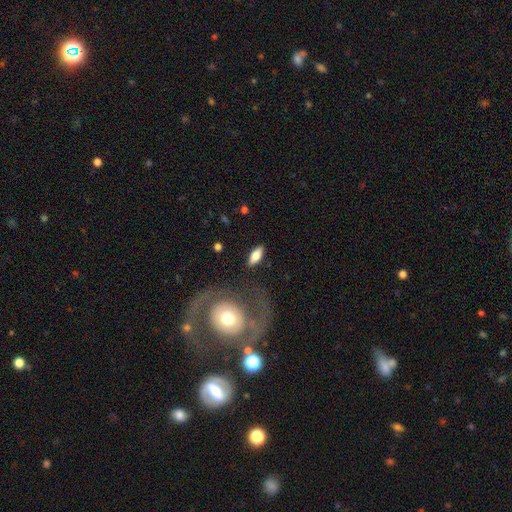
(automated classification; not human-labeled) This appears to be a smooth galaxy with no disk features (71%) that is in between round and cigar-shaped (77%). Merging: none (82%).